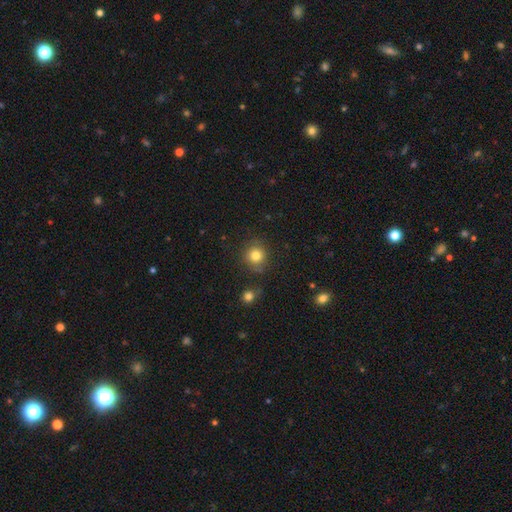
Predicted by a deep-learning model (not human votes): smooth-or-featured: smooth: 81% | star or artifact: 12% | featured or disk: 7%
  how-rounded: round: 91% | in between: 8% | cigar-shaped: 1%
  merging: none: 83% | minor disturbance: 10% | merger: 4% | major disturbance: 3%